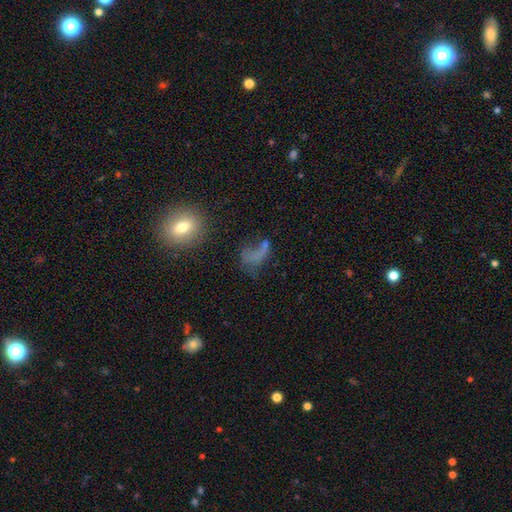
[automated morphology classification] Smooth or featured: smooth — 48% (featured or disk — 31%)
Merging: major disturbance — 43% (none — 30%)